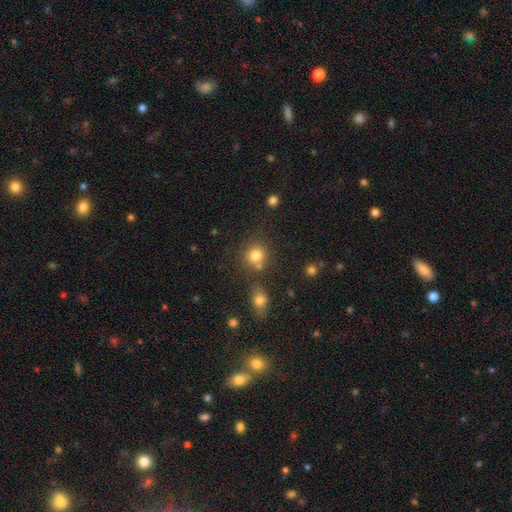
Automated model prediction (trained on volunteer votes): smooth 80%, star or artifact 13%, featured or disk 7%. Down the decision tree: how rounded — round (84%); merging — none (65%).